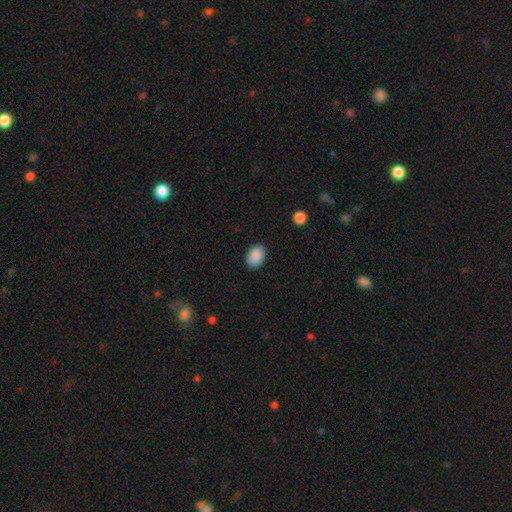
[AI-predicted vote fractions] Morphology: type=smooth (90%); roundness=in between (79%); merging=none (87%).